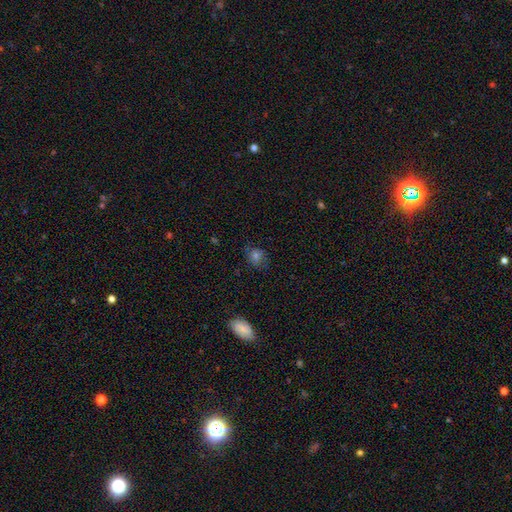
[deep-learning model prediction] smooth_or_featured: smooth (p=0.62) [alt: star or artifact p=0.20]
how_rounded: round (p=0.71) [alt: in between p=0.28]
merging: none (p=0.75) [alt: minor disturbance p=0.17]